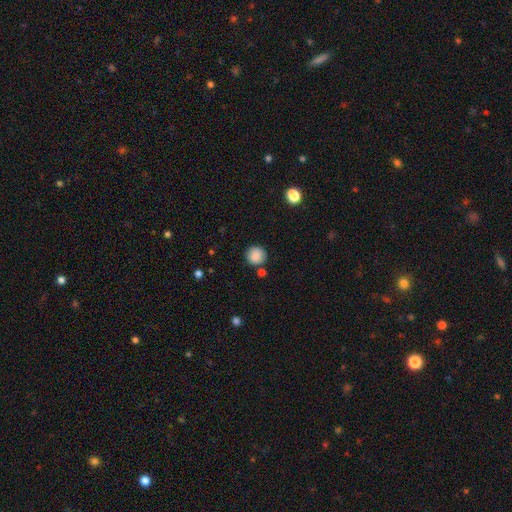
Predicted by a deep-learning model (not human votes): This appears to be a smooth galaxy with no disk features (86%) that is round (92%). Merging: none (82%).